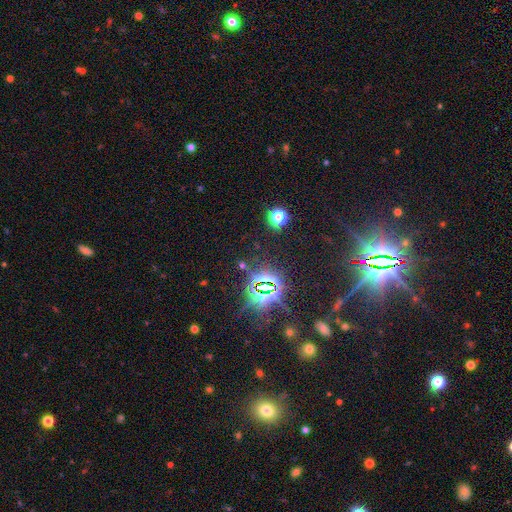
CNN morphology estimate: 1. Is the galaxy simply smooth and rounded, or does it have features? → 84% star or artifact, 8% smooth, 8% featured or disk.